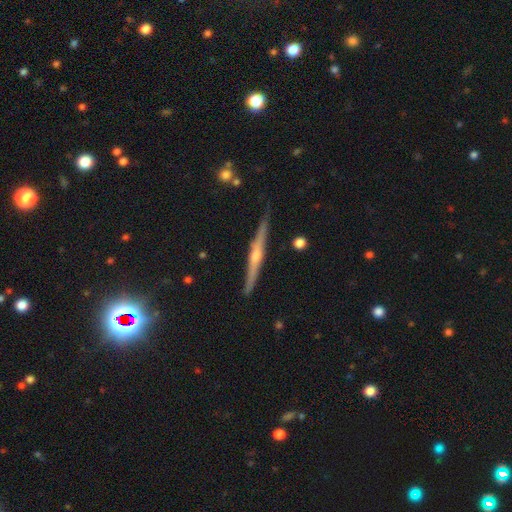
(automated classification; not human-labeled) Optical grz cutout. It shows a featured or disk galaxy (77%) viewed edge-on (97%) with a rounded central bulge (83%). Merging: none (88%).